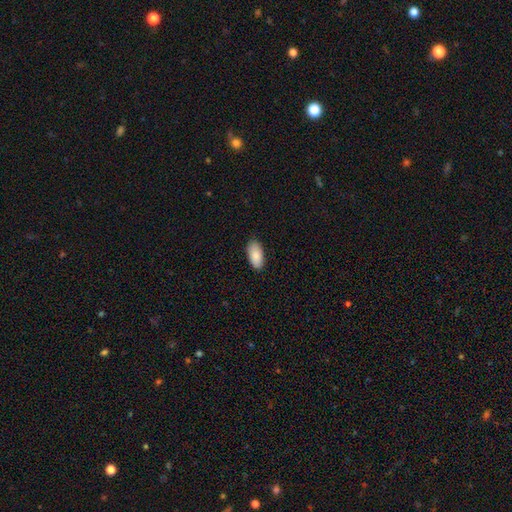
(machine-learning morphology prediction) Q: Smooth or featured?
A: smooth (88%); runner-up: star or artifact (6%)
Q: How rounded?
A: in between (94%); runner-up: cigar-shaped (4%)
Q: Merging?
A: none (87%); runner-up: minor disturbance (10%)